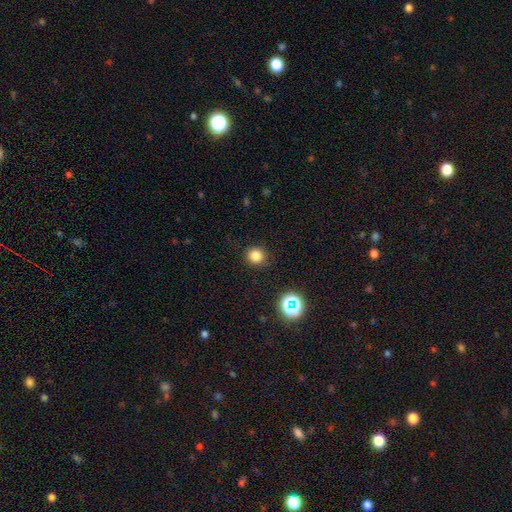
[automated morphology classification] The model was most divided on "smooth or featured": smooth: 80%, star or artifact: 15%, featured or disk: 5%. More confident: how rounded — round (90%); merging — none (88%).